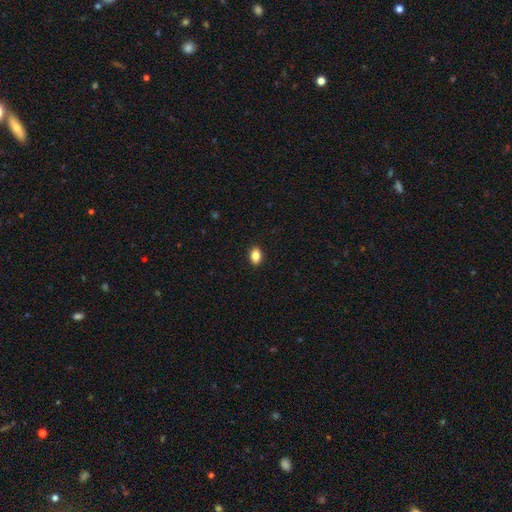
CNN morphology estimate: A smooth galaxy with no disk features (85%) that is in between round and cigar-shaped (83%).

Vote fractions:
- Smooth or featured? smooth: 85% / star or artifact: 9% / featured or disk: 6%
- How rounded? in between: 83% / round: 16% / cigar-shaped: 2%
- Merging? none: 90% / minor disturbance: 7% / major disturbance: 2% / merger: 1%